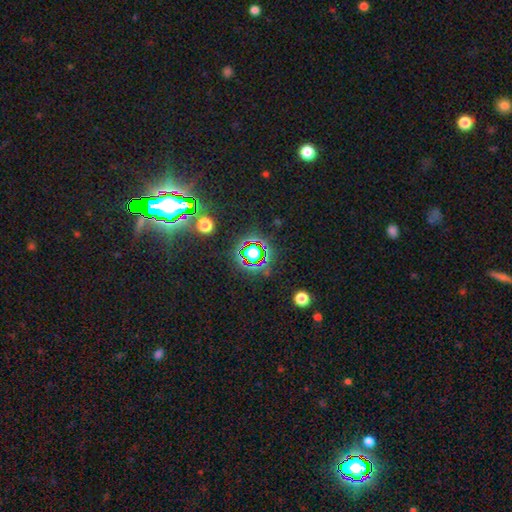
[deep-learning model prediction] Smooth or featured: star or artifact — 70% (smooth — 19%)